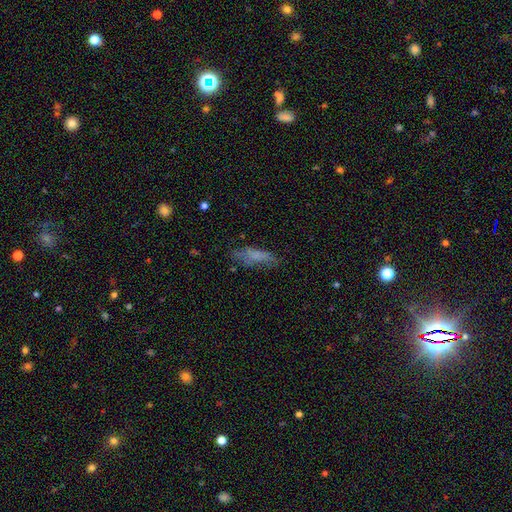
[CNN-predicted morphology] A smooth galaxy with no disk features (62%) that is cigar-shaped (50%).

Vote fractions:
- Smooth or featured? smooth: 62% / featured or disk: 26% / star or artifact: 12%
- How rounded? cigar-shaped: 50% / in between: 47% / round: 3%
- Merging? none: 56% / minor disturbance: 25% / major disturbance: 14% / merger: 4%